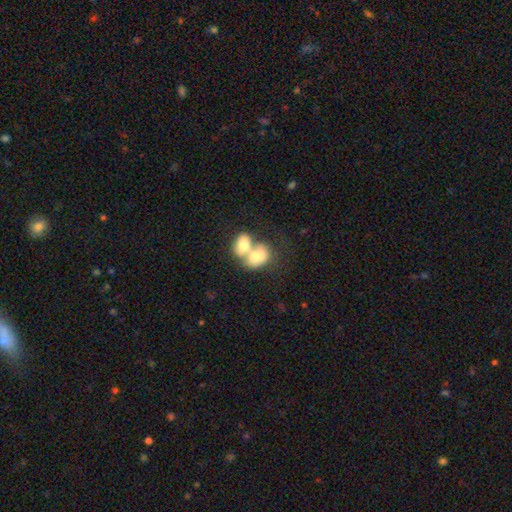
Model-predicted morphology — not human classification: smooth-or-featured: smooth: 68% | featured or disk: 24% | star or artifact: 8%
  how-rounded: in between: 67% | round: 32% | cigar-shaped: 1%
  merging: merger: 77% | none: 13% | minor disturbance: 5% | major disturbance: 4%